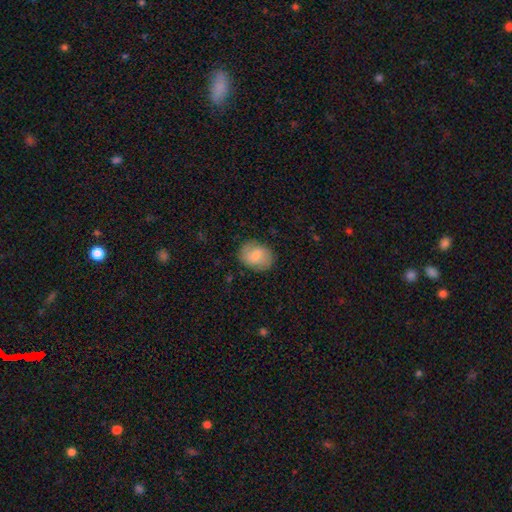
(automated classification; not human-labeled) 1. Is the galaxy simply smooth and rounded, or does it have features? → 72% smooth, 21% featured or disk, 7% star or artifact.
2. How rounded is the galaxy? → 57% in between, 42% round, 1% cigar-shaped.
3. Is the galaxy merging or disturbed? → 80% none, 14% minor disturbance, 4% major disturbance, 1% merger.